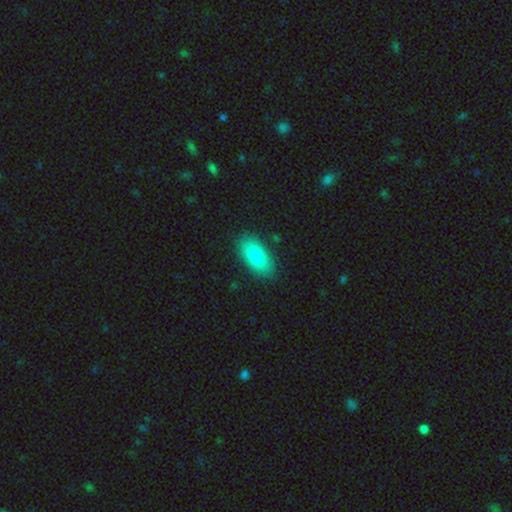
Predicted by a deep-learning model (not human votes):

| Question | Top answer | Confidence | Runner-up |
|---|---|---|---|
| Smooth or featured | smooth | 82% | featured or disk (11%) |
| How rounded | in between | 90% | cigar-shaped (6%) |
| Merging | none | 85% | minor disturbance (11%) |